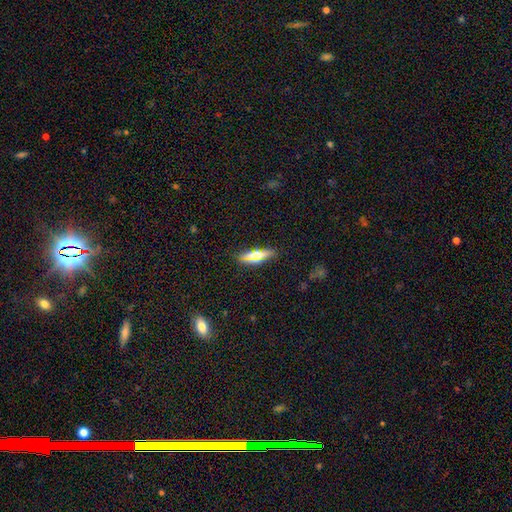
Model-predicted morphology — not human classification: This is possibly a smooth galaxy (53%). How rounded: possibly cigar-shaped (59%). Merging: clearly none (83%).